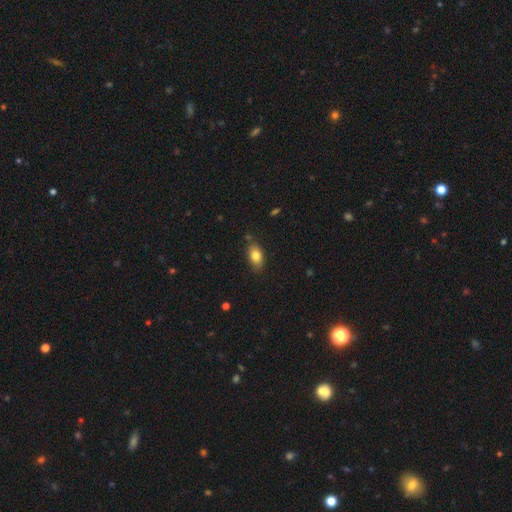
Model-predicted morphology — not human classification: Smooth or featured? smooth (81%)
How rounded? in between (87%)
Merging? none (80%)